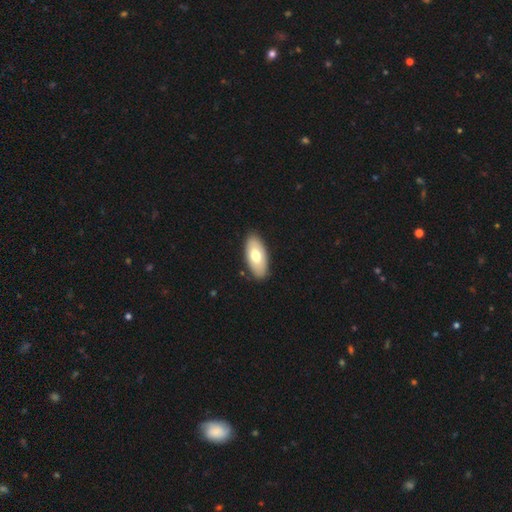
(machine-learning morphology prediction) Overall: smooth (68%). How rounded: in between (92%). Merging: none (88%).